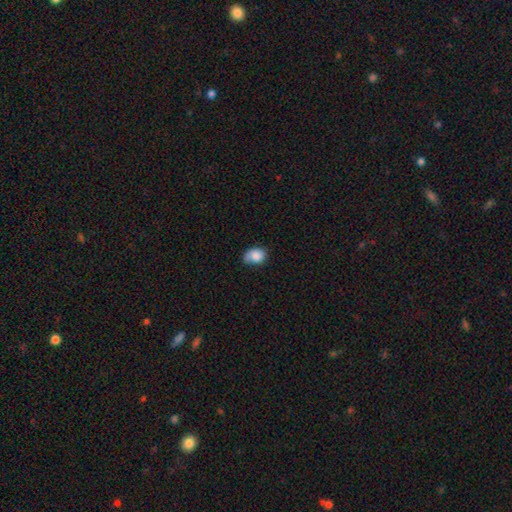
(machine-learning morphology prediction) Smooth or featured? smooth (84%)
How rounded? in between (63%)
Merging? none (47%)